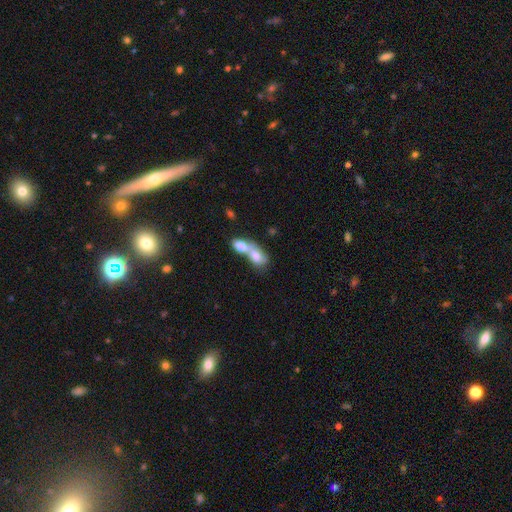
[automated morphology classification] type=smooth (69%); roundness=in between (77%); merging=merger (81%).